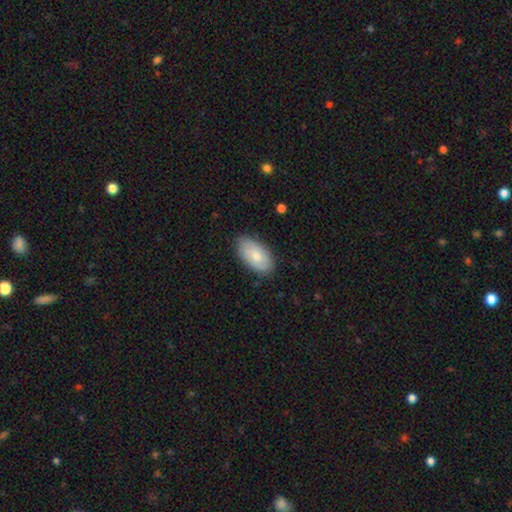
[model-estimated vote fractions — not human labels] Smooth or featured? Predicted: smooth (p=0.71). How rounded? Predicted: in between (p=0.95). Merging? Predicted: none (p=0.79).